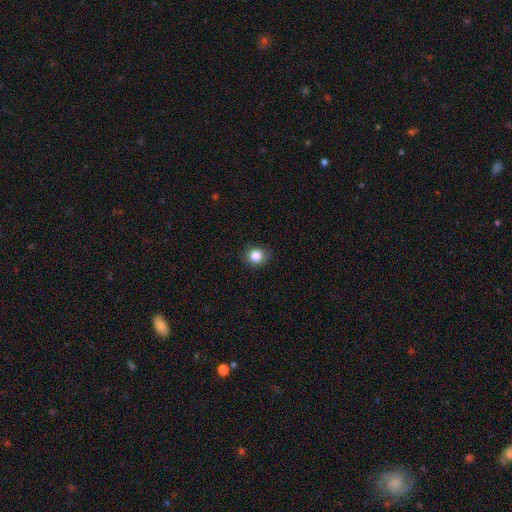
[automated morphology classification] A smooth galaxy with no disk features (85%) that is round (80%).

Vote fractions:
- Smooth or featured? smooth: 85% / star or artifact: 11% / featured or disk: 5%
- How rounded? round: 80% / in between: 19% / cigar-shaped: 1%
- Merging? none: 86% / minor disturbance: 11% / major disturbance: 2% / merger: 1%